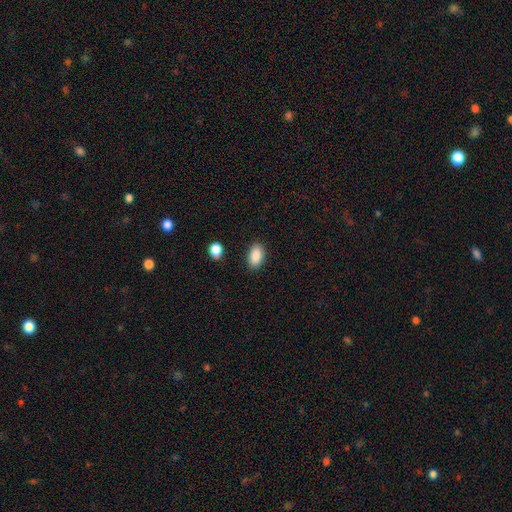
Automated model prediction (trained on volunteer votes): smooth-or-featured: smooth: 89% | star or artifact: 7% | featured or disk: 4%
  how-rounded: in between: 92% | round: 6% | cigar-shaped: 2%
  merging: none: 87% | minor disturbance: 9% | major disturbance: 2% | merger: 2%